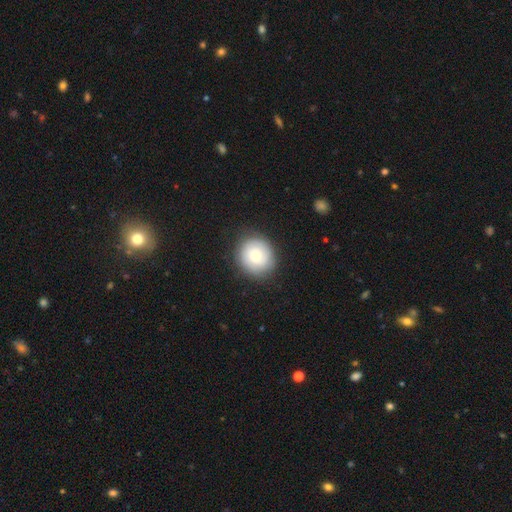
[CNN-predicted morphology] Overall: smooth (70%). How rounded: round (88%). Merging: none (84%).